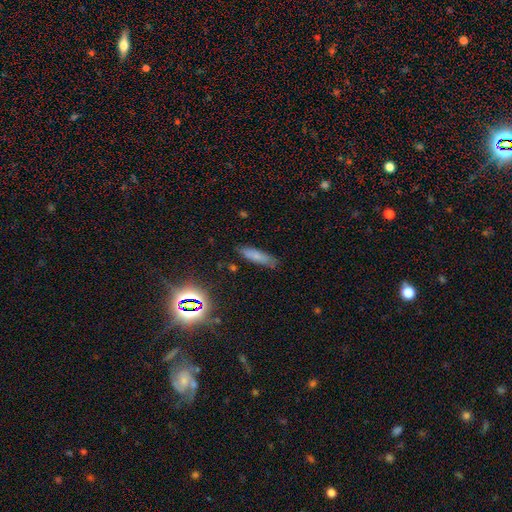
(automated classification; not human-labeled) Smooth or featured? Predicted: smooth (p=0.72). How rounded? Predicted: cigar-shaped (p=0.68). Merging? Predicted: none (p=0.79).